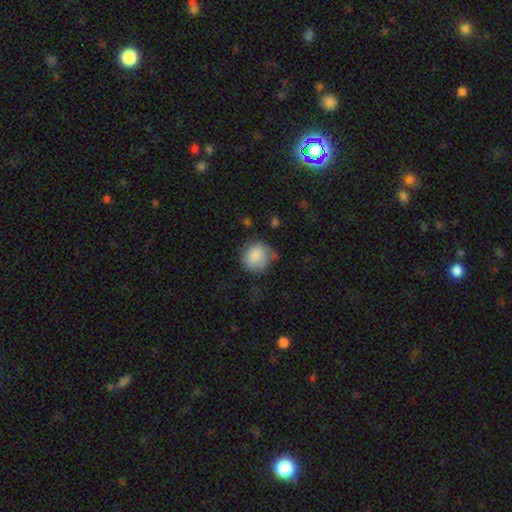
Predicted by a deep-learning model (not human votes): smooth-or-featured: smooth: 83% | featured or disk: 10% | star or artifact: 8%
  how-rounded: round: 76% | in between: 23% | cigar-shaped: 1%
  merging: none: 55% | minor disturbance: 30% | major disturbance: 11% | merger: 4%